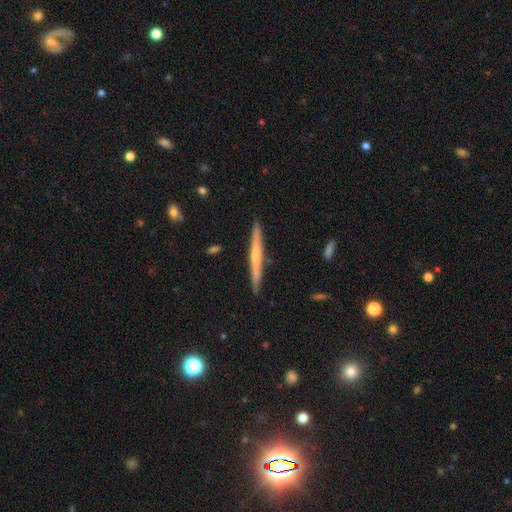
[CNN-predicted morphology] type=featured or disk (60%); edge-on=yes (97%); edge-on bulge=rounded (47%); merging=none (91%).